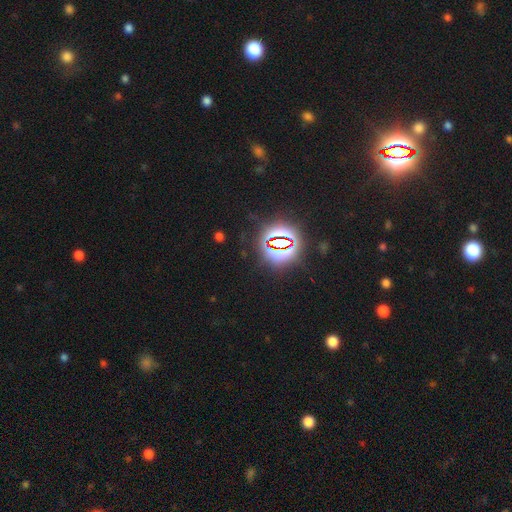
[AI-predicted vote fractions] Smooth or featured? Predicted: star or artifact (p=0.82).